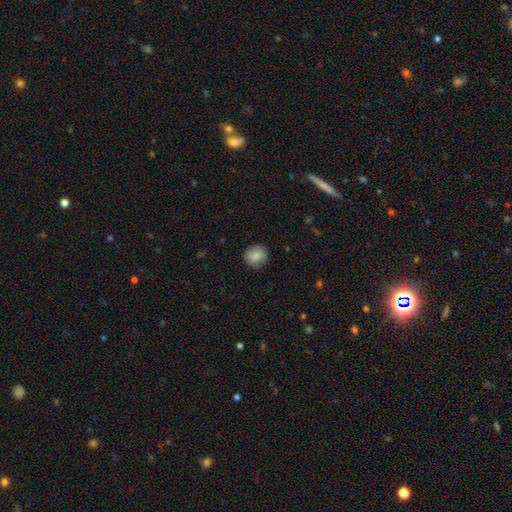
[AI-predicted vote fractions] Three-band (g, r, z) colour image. It shows a smooth galaxy with no disk features (84%) that is round (83%). Merging: none (86%).